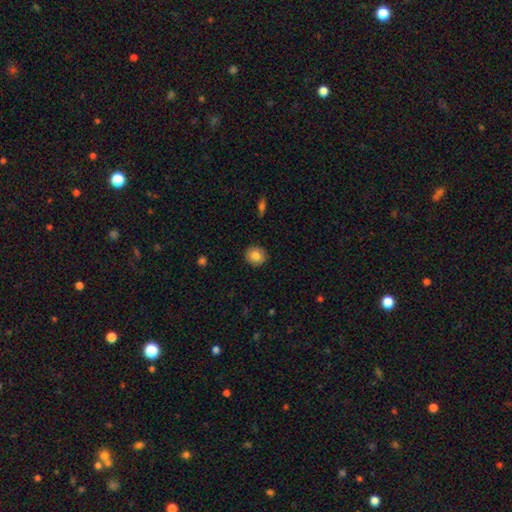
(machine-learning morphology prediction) The model was most divided on "smooth or featured": smooth: 84%, star or artifact: 9%, featured or disk: 8%. More confident: merging — none (90%); how rounded — round (88%).